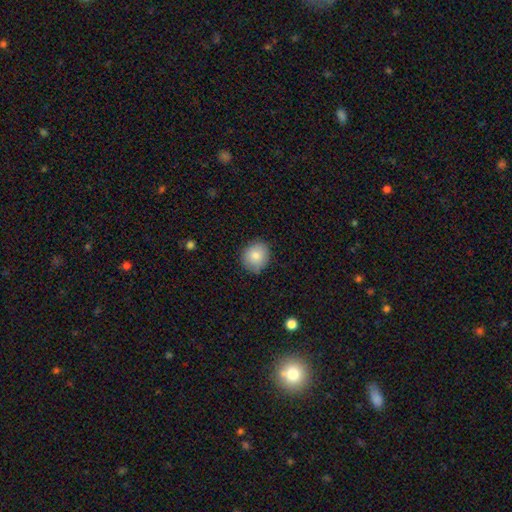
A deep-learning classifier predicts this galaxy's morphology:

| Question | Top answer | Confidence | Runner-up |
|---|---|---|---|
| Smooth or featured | smooth | 84% | featured or disk (9%) |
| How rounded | round | 78% | in between (21%) |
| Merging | none | 83% | minor disturbance (13%) |